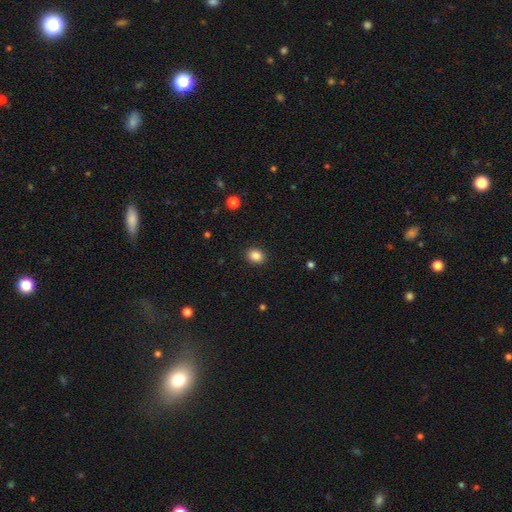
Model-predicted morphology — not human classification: A smooth galaxy with no disk features (86%) that is round (51%). Merging: none (90%).